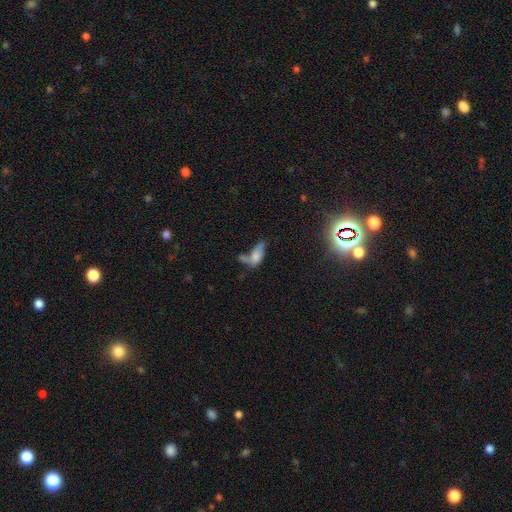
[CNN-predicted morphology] Q: Smooth or featured?
A: smooth (62%); runner-up: featured or disk (25%)
Q: How rounded?
A: in between (79%); runner-up: cigar-shaped (15%)
Q: Merging?
A: merger (37%); runner-up: major disturbance (23%)